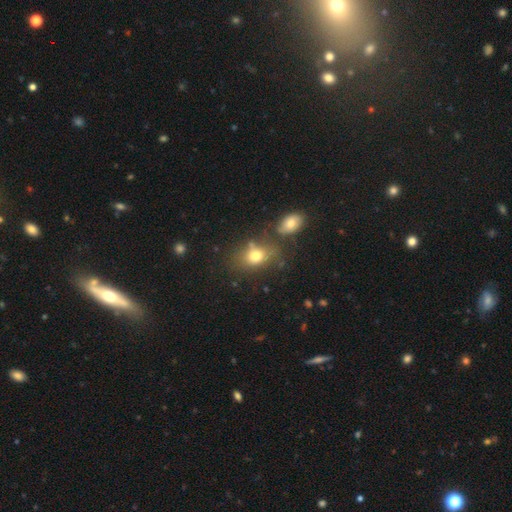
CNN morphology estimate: Smooth or featured: smooth — 75% (featured or disk — 14%)
How rounded: in between — 71% (round — 27%)
Merging: none — 57% (minor disturbance — 17%)